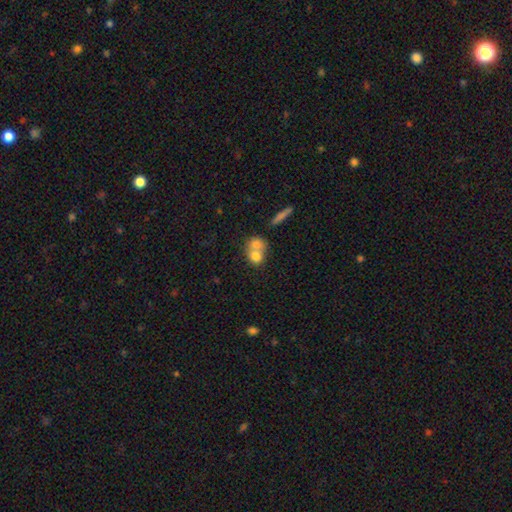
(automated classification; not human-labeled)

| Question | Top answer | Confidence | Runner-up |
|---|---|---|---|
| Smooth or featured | smooth | 72% | featured or disk (19%) |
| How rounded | round | 65% | in between (33%) |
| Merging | merger | 66% | none (25%) |